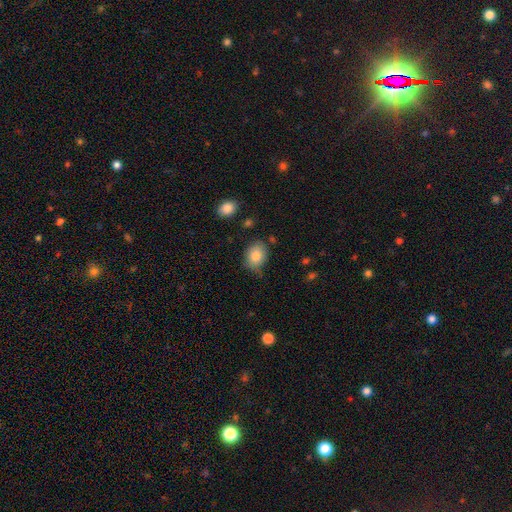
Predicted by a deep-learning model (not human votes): Q: Smooth or featured?
A: smooth (82%); runner-up: featured or disk (10%)
Q: How rounded?
A: in between (62%); runner-up: round (37%)
Q: Merging?
A: none (69%); runner-up: minor disturbance (23%)